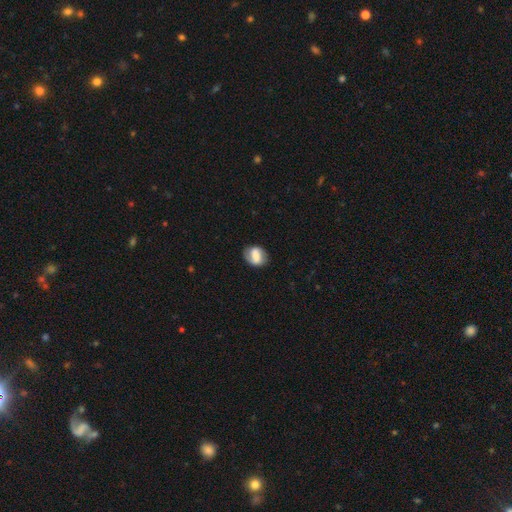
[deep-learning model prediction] Smooth or featured? smooth (48%)
Merging? none (80%)